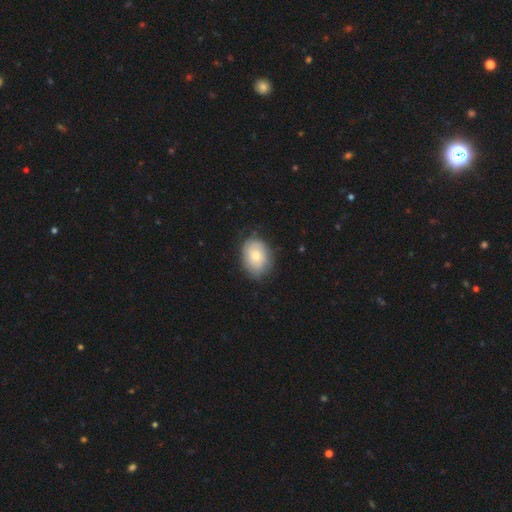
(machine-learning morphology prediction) Overall: smooth (66%; featured or disk 27%). How rounded: in between (70%). Merging: none (75%).